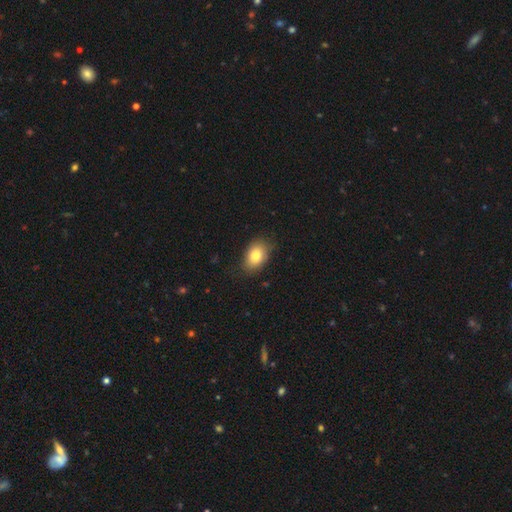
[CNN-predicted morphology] This is clearly a smooth galaxy (80%). How rounded: likely in between (79%). Merging: likely none (79%).